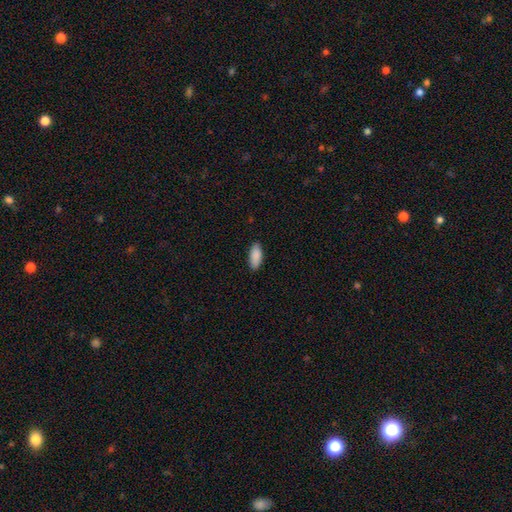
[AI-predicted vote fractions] The model was most divided on "how rounded": in between: 85%, cigar-shaped: 14%, round: 2%. More confident: smooth or featured — smooth (90%); merging — none (86%).